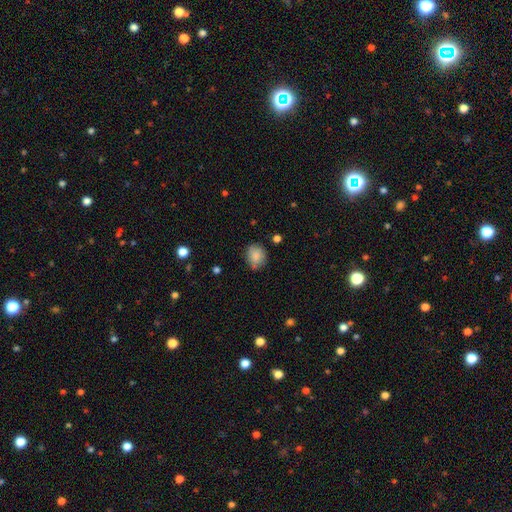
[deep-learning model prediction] Smooth or featured? smooth (84%)
How rounded? round (58%)
Merging? none (71%)